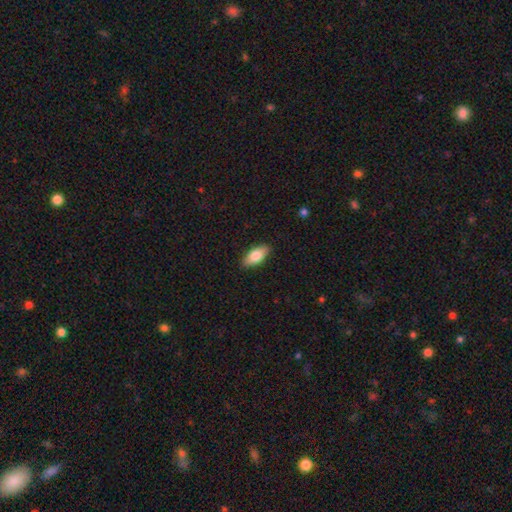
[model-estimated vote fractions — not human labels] Q: Smooth or featured?
A: smooth (78%); runner-up: featured or disk (16%)
Q: How rounded?
A: in between (87%); runner-up: cigar-shaped (10%)
Q: Merging?
A: none (89%); runner-up: minor disturbance (9%)